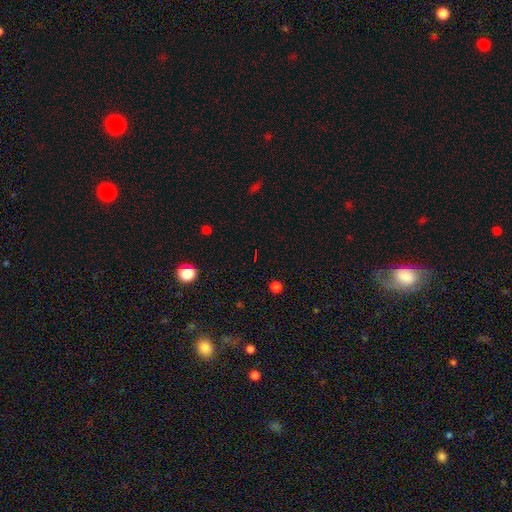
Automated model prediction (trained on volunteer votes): Smooth or featured? star or artifact (64%)